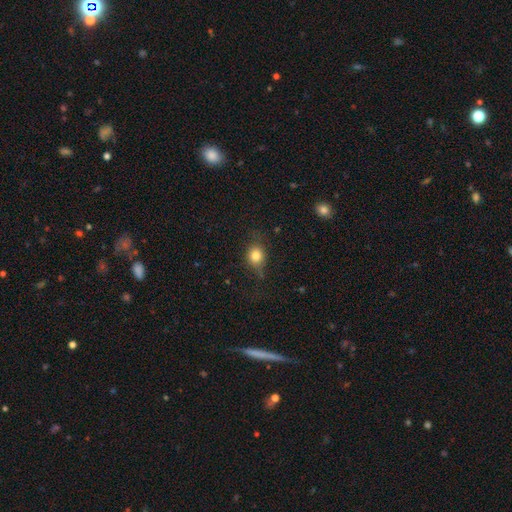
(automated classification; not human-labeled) smooth 77%, star or artifact 12%, featured or disk 11%. Down the decision tree: how rounded — round (70%); merging — none (66%).